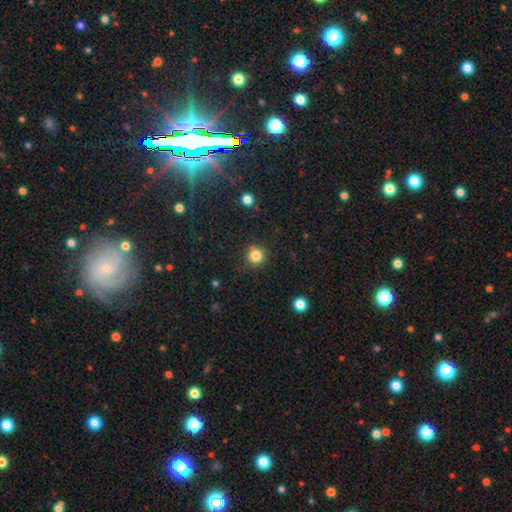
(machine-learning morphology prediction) smooth_or_featured: smooth (p=0.83) [alt: star or artifact p=0.13]
how_rounded: round (p=0.94) [alt: in between p=0.05]
merging: none (p=0.88) [alt: minor disturbance p=0.08]